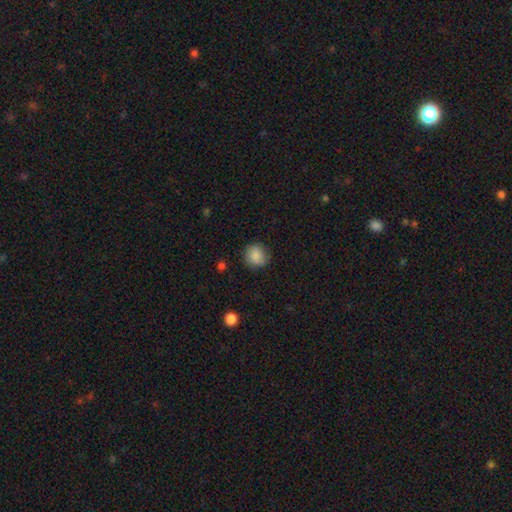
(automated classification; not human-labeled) Smooth or featured: smooth — 84% (star or artifact — 9%)
How rounded: round — 89% (in between — 10%)
Merging: none — 79% (minor disturbance — 16%)